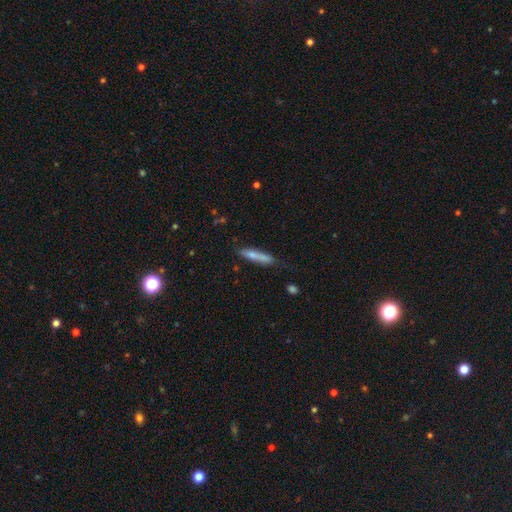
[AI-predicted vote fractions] smooth 62%, featured or disk 31%, star or artifact 7%. Down the decision tree: how rounded — cigar-shaped (88%); merging — none (72%).